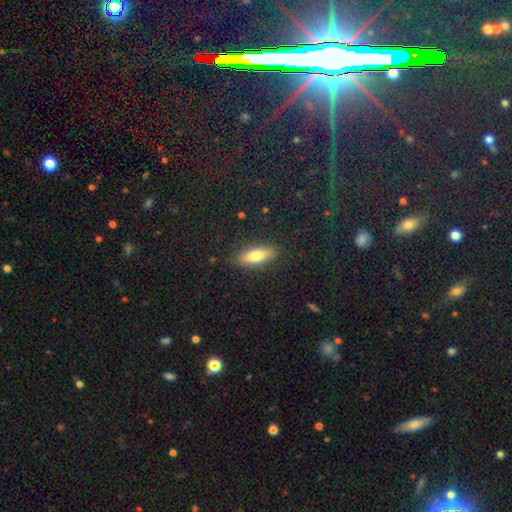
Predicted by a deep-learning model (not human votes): Smooth or featured? Predicted: smooth (p=0.73). How rounded? Predicted: in between (p=0.63). Merging? Predicted: none (p=0.86).